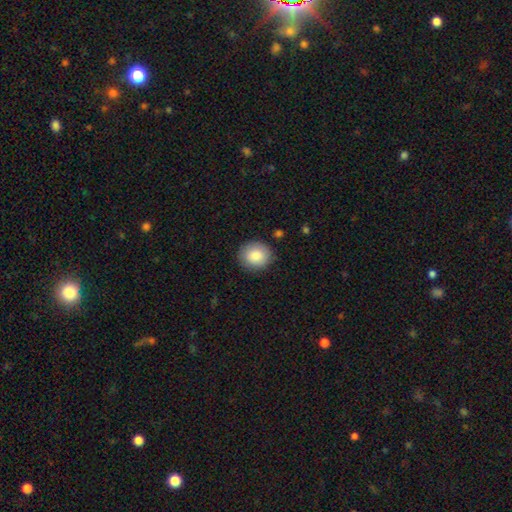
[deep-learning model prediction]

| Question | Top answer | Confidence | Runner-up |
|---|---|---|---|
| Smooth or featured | smooth | 87% | star or artifact (7%) |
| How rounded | round | 83% | in between (16%) |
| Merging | none | 88% | minor disturbance (9%) |